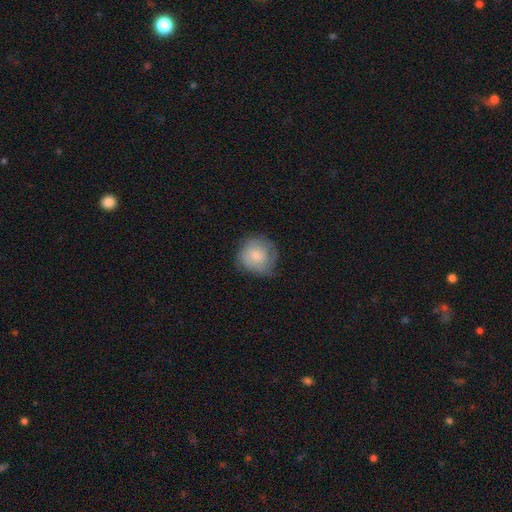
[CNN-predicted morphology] Smooth or featured?
  - smooth: 69% *
  - featured or disk: 24%
  - star or artifact: 7%
How rounded?
  - round: 89% *
  - in between: 10%
  - cigar-shaped: 1%
Merging?
  - none: 67% *
  - minor disturbance: 25%
  - major disturbance: 8%
  - merger: 1%